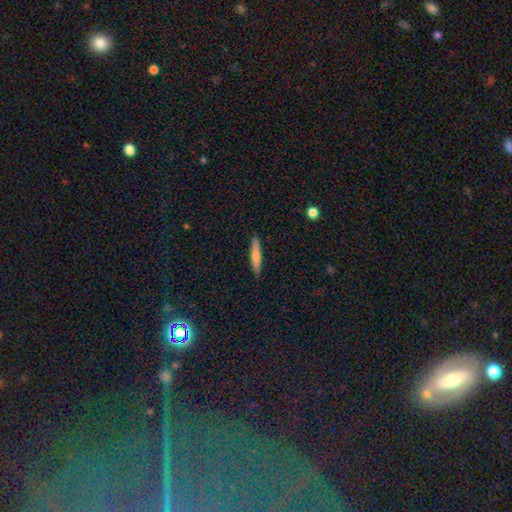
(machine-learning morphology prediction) Smooth or featured: smooth — 74% (featured or disk — 20%)
How rounded: cigar-shaped — 92% (in between — 7%)
Merging: none — 89% (minor disturbance — 8%)